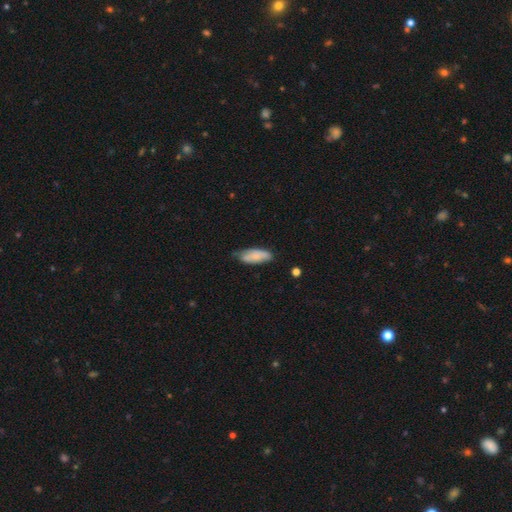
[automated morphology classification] Smooth or featured: smooth — 72% (featured or disk — 21%)
How rounded: in between — 75% (cigar-shaped — 23%)
Merging: none — 55% (minor disturbance — 35%)